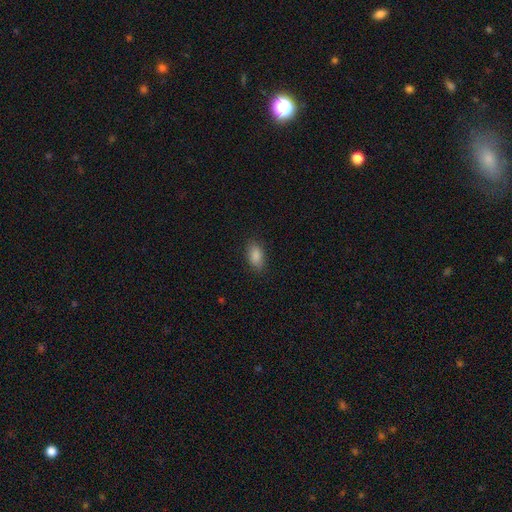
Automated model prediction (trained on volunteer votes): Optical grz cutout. It shows a smooth galaxy with no disk features (87%) that is in between round and cigar-shaped (91%). Merging: none (83%).